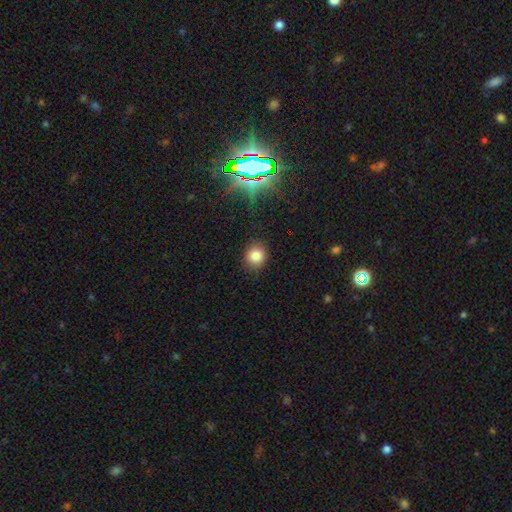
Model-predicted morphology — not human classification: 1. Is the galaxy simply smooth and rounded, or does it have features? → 82% smooth, 13% star or artifact, 5% featured or disk.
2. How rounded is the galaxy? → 79% round, 20% in between, 1% cigar-shaped.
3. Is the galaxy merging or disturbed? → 84% none, 11% minor disturbance, 3% major disturbance, 2% merger.